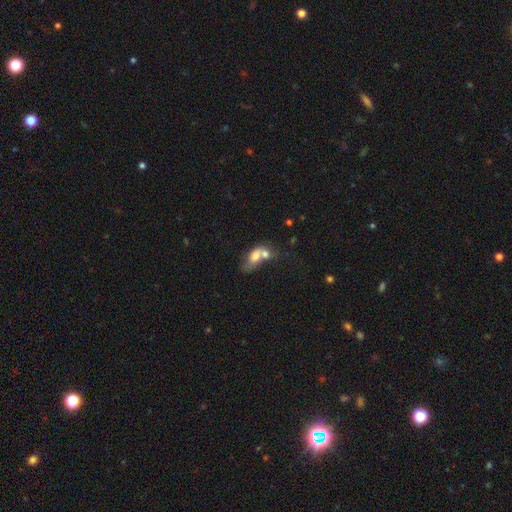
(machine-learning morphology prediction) Smooth or featured?
  - smooth: 66% *
  - featured or disk: 25%
  - star or artifact: 9%
How rounded?
  - in between: 75% *
  - round: 20%
  - cigar-shaped: 5%
Merging?
  - merger: 69% *
  - none: 14%
  - major disturbance: 8%
  - minor disturbance: 8%